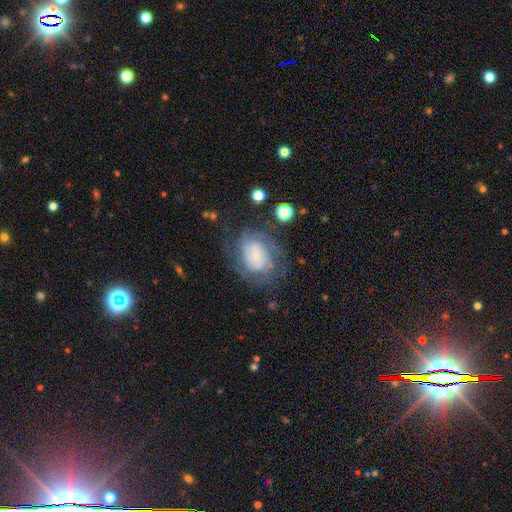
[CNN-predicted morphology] A featured or disk galaxy (61%) with no bar (71%), spiral arms (80%) and a small central bulge (63%).

Vote fractions:
- Smooth or featured? featured or disk: 61% / smooth: 29% / star or artifact: 10%
- Edge-on disk? no: 97% / yes: 3%
- Bar? no: 71% / weak: 24% / strong: 5%
- Spiral arms? yes: 80% / no: 20%
- Bulge size? small: 63% / moderate: 14% / none: 13% / large: 8% / dominant: 3%
- Merging? none: 59% / minor disturbance: 21% / major disturbance: 18% / merger: 2%